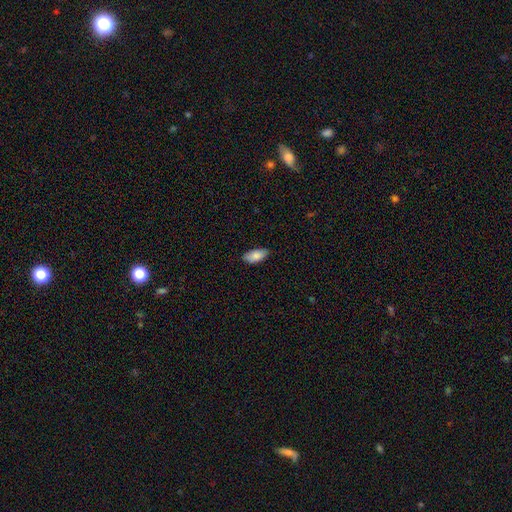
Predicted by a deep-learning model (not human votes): Morphology: type=smooth (86%); roundness=in between (91%); merging=none (83%).